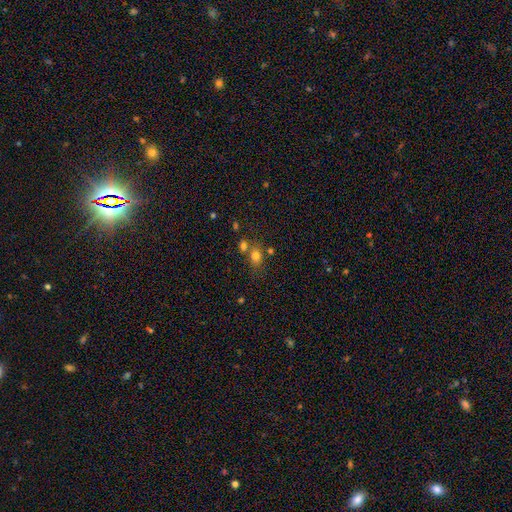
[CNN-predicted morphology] This is likely a smooth galaxy (76%). How rounded: possibly round (52%). Merging: possibly none (53%).